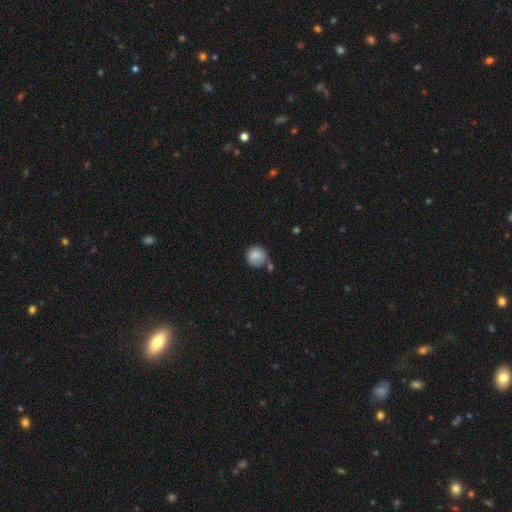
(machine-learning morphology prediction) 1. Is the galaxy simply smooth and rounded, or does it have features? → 86% smooth, 7% star or artifact, 7% featured or disk.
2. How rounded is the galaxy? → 91% round, 8% in between, 1% cigar-shaped.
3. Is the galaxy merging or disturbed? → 59% none, 22% minor disturbance, 13% merger, 6% major disturbance.